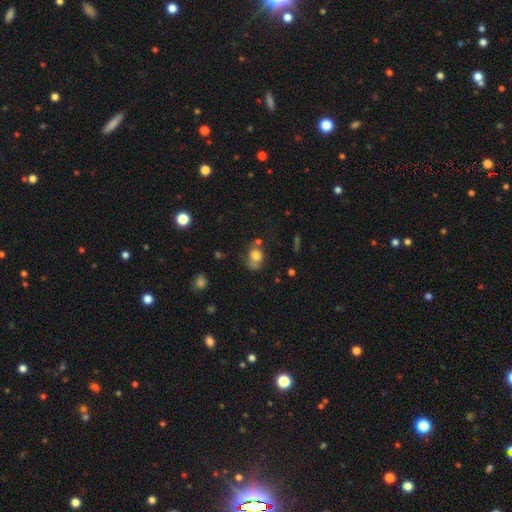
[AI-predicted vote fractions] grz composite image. It shows a smooth galaxy with no disk features (71%) that is in between round and cigar-shaped (54%). Merging: none (39%).